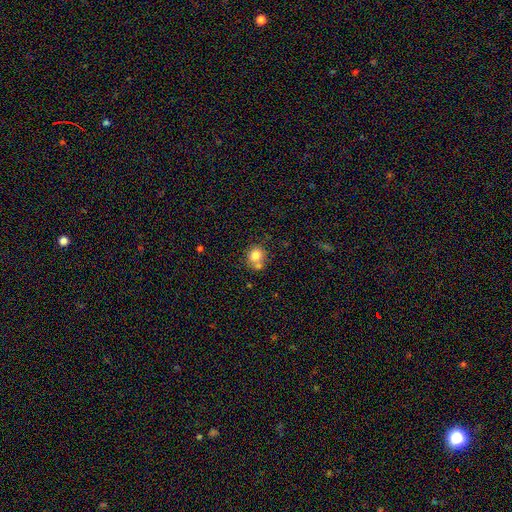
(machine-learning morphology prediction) Overall: smooth (79%). How rounded: round (79%). Merging: none (53%; merger 29%).